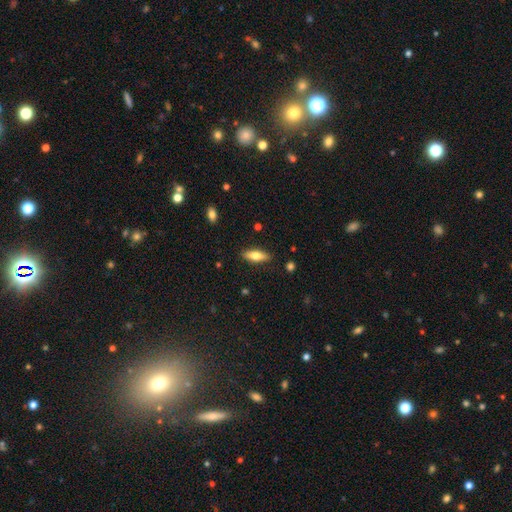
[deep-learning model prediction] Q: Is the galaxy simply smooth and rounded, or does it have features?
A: smooth — 65%.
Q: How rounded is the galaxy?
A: in between — 58%.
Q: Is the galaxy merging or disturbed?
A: none — 88%.